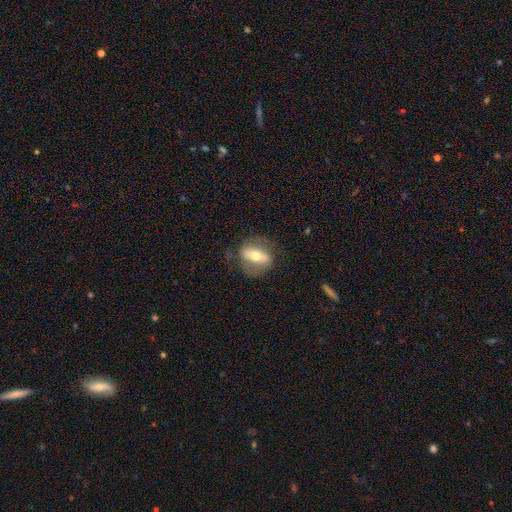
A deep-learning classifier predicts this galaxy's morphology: The model was most divided on "smooth or featured": featured or disk: 55%, smooth: 38%, star or artifact: 7%. More confident: edge-on disk — no (75%); merging — none (68%).